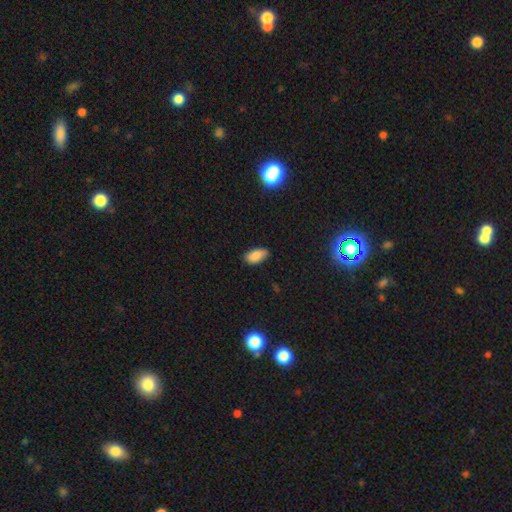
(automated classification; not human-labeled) smooth 86%, star or artifact 8%, featured or disk 6%. Down the decision tree: how rounded — in between (94%); merging — none (80%).